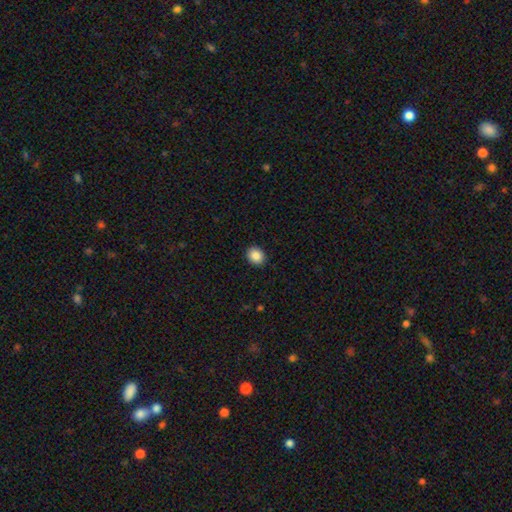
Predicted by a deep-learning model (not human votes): smooth-or-featured: smooth: 88% | star or artifact: 9% | featured or disk: 3%
  how-rounded: round: 64% | in between: 36% | cigar-shaped: 1%
  merging: none: 91% | minor disturbance: 6% | major disturbance: 2% | merger: 1%